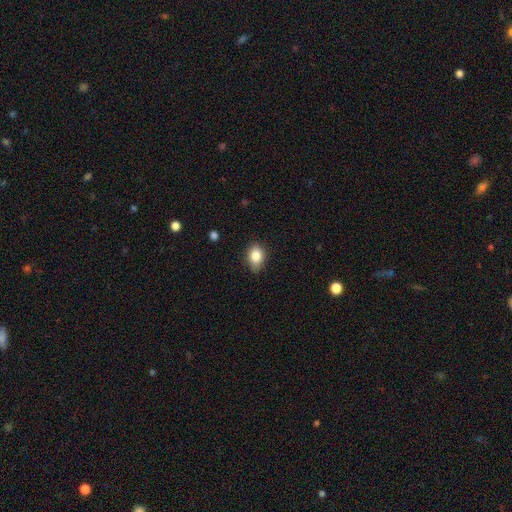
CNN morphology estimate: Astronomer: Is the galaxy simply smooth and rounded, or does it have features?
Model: smooth — 84%.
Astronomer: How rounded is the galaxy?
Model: in between — 74%.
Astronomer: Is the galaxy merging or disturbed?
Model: none — 77%.